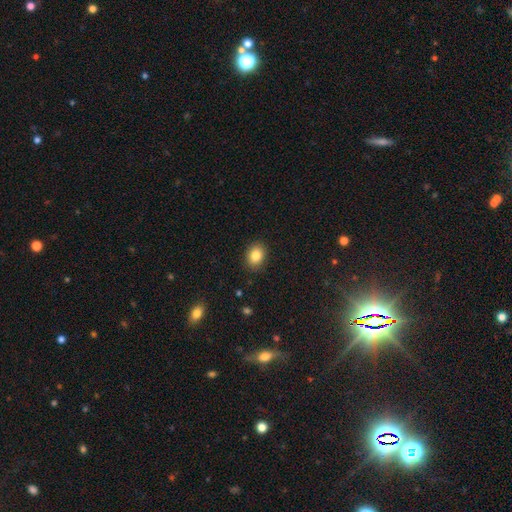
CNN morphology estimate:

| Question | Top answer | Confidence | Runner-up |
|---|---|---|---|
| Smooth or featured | smooth | 84% | star or artifact (9%) |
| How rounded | in between | 60% | round (39%) |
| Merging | none | 89% | minor disturbance (8%) |